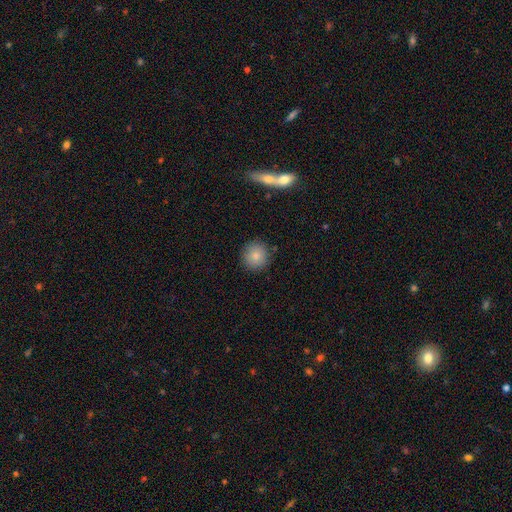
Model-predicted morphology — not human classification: Q: Smooth or featured?
A: smooth (83%); runner-up: star or artifact (9%)
Q: How rounded?
A: round (94%); runner-up: in between (5%)
Q: Merging?
A: none (89%); runner-up: minor disturbance (7%)